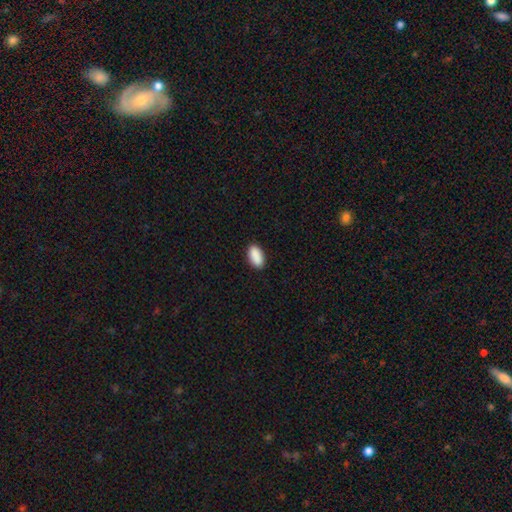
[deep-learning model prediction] smooth_or_featured: smooth (p=0.91) [alt: star or artifact p=0.07]
how_rounded: in between (p=0.93) [alt: cigar-shaped p=0.04]
merging: none (p=0.89) [alt: minor disturbance p=0.08]